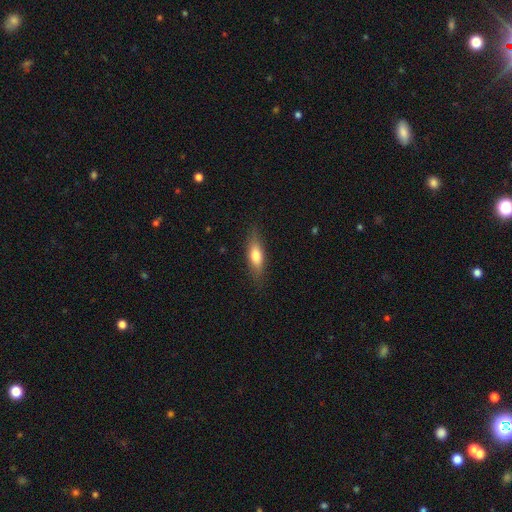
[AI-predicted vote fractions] smooth-or-featured: smooth: 69% | featured or disk: 24% | star or artifact: 7%
  how-rounded: in between: 54% | cigar-shaped: 42% | round: 3%
  merging: none: 82% | minor disturbance: 13% | major disturbance: 3% | merger: 1%